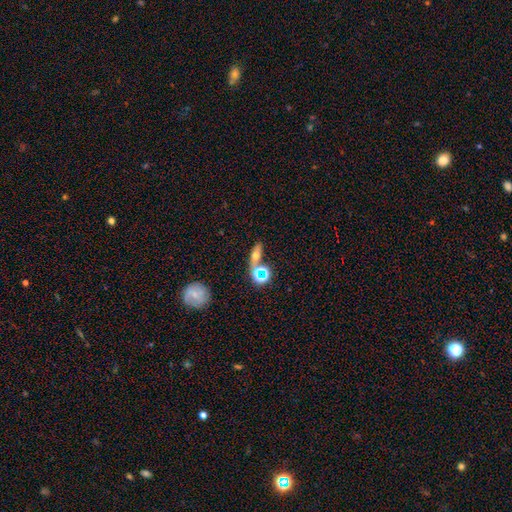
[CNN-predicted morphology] smooth_or_featured: smooth (p=0.50) [alt: featured or disk p=0.27]
how_rounded: in between (p=0.55) [alt: cigar-shaped p=0.26]
merging: none (p=0.54) [alt: merger p=0.25]